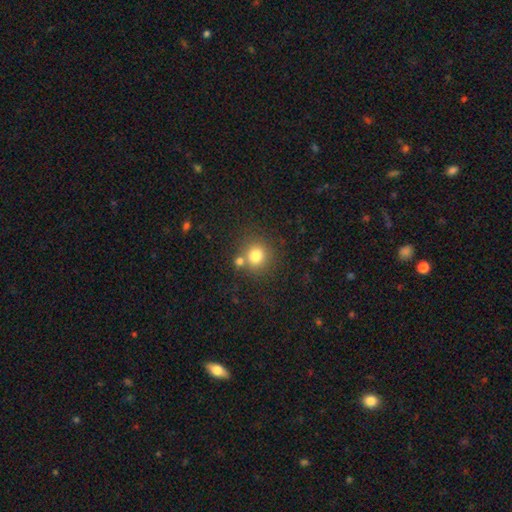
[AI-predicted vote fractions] Smooth or featured? Predicted: smooth (p=0.79). How rounded? Predicted: round (p=0.90). Merging? Predicted: none (p=0.69).